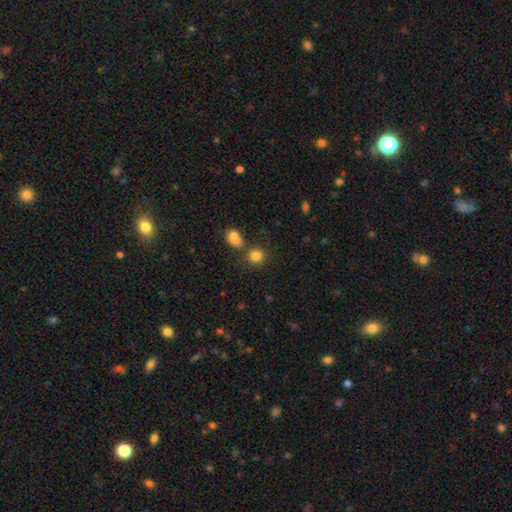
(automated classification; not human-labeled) The model was most divided on "merging": none: 69%, merger: 18%, minor disturbance: 10%, major disturbance: 4%. More confident: how rounded — round (86%); smooth or featured — smooth (81%).